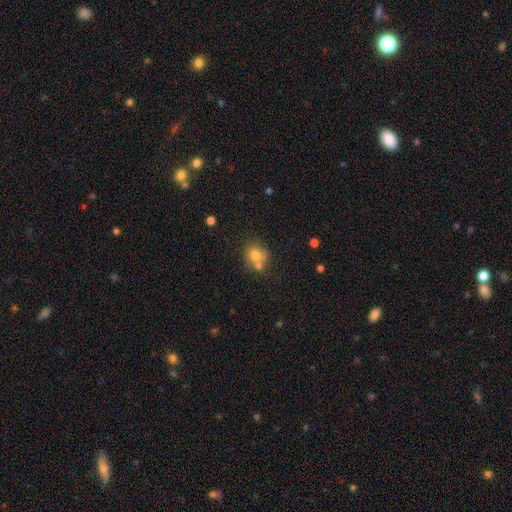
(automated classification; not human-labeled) Q: Smooth or featured?
A: smooth (73%); runner-up: featured or disk (15%)
Q: How rounded?
A: round (75%); runner-up: in between (24%)
Q: Merging?
A: none (51%); runner-up: merger (32%)